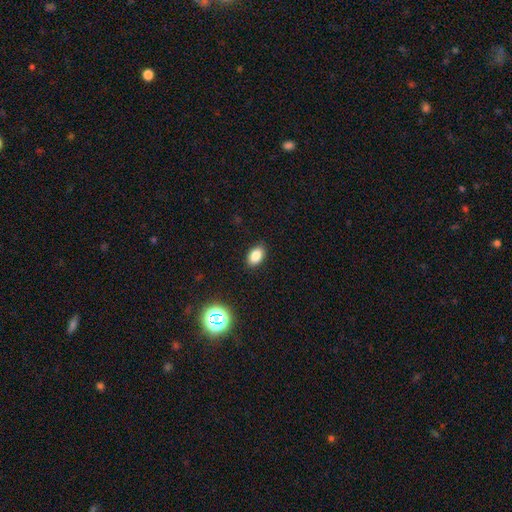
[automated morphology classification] This appears to be a smooth galaxy with no disk features (83%) that is in between round and cigar-shaped (88%). Merging: none (88%).